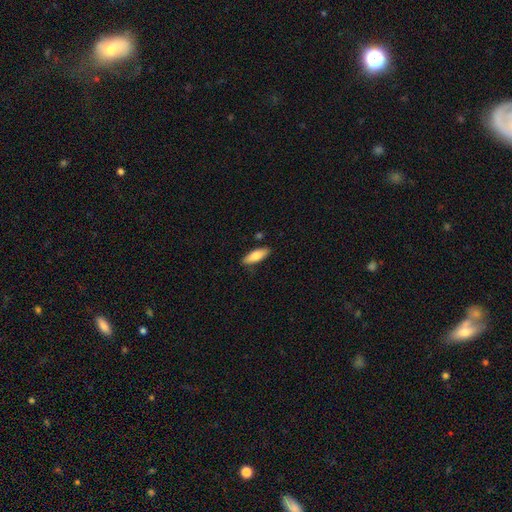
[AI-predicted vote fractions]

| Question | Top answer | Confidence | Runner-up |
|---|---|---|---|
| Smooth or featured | smooth | 76% | featured or disk (18%) |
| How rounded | in between | 57% | cigar-shaped (41%) |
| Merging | none | 85% | minor disturbance (10%) |